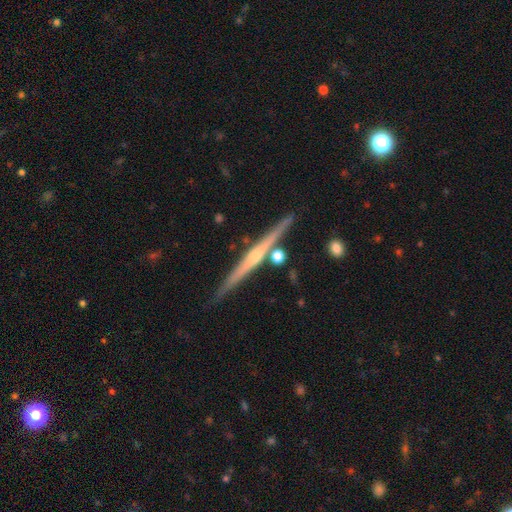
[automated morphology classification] Smooth or featured?
  - featured or disk: 76% *
  - smooth: 18%
  - star or artifact: 6%
Edge-on disk?
  - yes: 98% *
  - no: 2%
Edge-on bulge?
  - rounded: 65% *
  - none: 29%
  - boxy: 6%
Merging?
  - none: 85% *
  - minor disturbance: 8%
  - merger: 5%
  - major disturbance: 2%